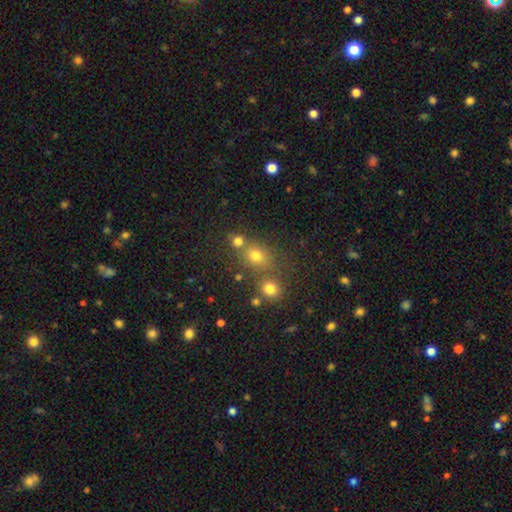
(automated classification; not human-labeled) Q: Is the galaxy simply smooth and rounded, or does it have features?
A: smooth — 69%.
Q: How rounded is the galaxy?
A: round — 70%.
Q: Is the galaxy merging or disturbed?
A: none — 55%.